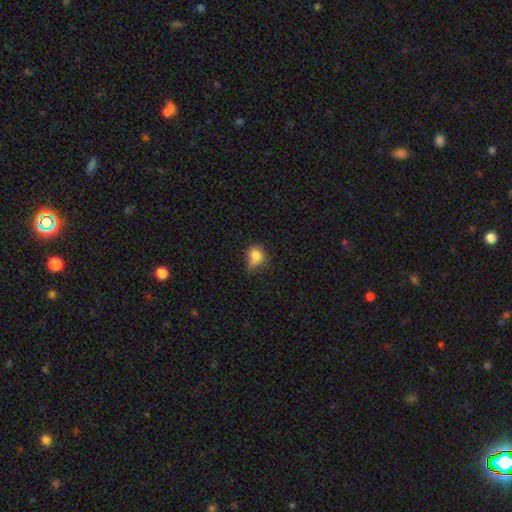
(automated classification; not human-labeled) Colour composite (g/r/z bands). It shows a smooth galaxy with no disk features (78%) that is round (57%). Merging: minor disturbance (39%).